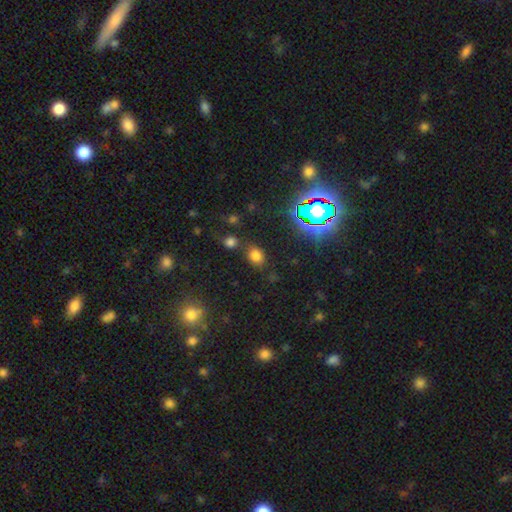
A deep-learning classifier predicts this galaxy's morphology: Q: Smooth or featured?
A: smooth (70%); runner-up: star or artifact (23%)
Q: How rounded?
A: in between (61%); runner-up: round (37%)
Q: Merging?
A: none (75%); runner-up: minor disturbance (13%)